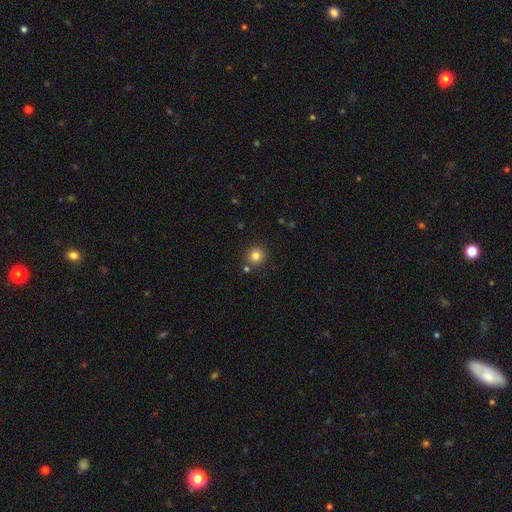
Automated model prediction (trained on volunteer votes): A smooth galaxy with no disk features (82%) that is round (91%).

Vote fractions:
- Smooth or featured? smooth: 82% / star or artifact: 12% / featured or disk: 6%
- How rounded? round: 91% / in between: 8% / cigar-shaped: 1%
- Merging? none: 83% / minor disturbance: 8% / merger: 7% / major disturbance: 2%